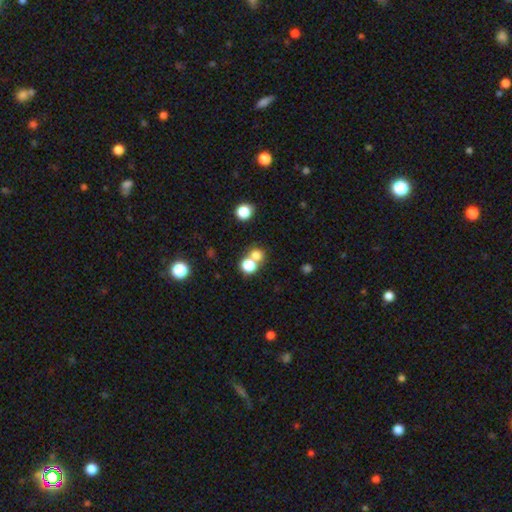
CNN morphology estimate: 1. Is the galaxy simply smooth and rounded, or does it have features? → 74% smooth, 17% star or artifact, 9% featured or disk.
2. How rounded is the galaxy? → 82% round, 17% in between, 1% cigar-shaped.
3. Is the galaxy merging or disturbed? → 50% none, 40% merger, 6% minor disturbance, 4% major disturbance.